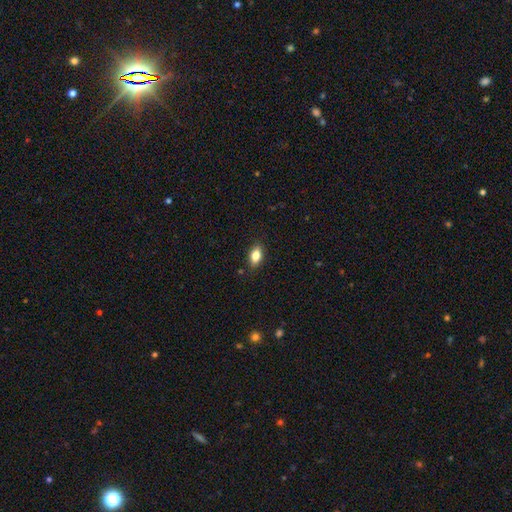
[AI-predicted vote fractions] Smooth or featured? smooth (80%)
How rounded? in between (87%)
Merging? none (86%)